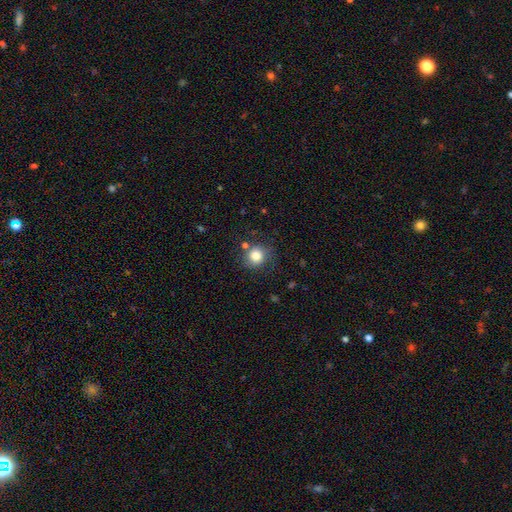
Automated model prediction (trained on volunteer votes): The model was most divided on "merging": none: 75%, minor disturbance: 14%, merger: 7%, major disturbance: 5%. More confident: how rounded — round (87%); smooth or featured — smooth (81%).